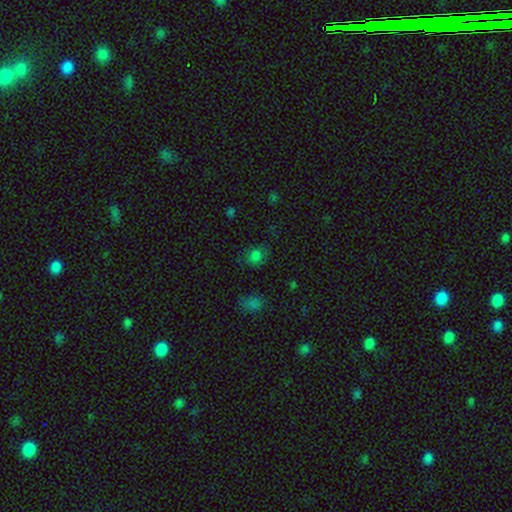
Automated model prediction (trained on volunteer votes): Morphology: type=smooth (74%); roundness=round (60%); merging=none (71%).